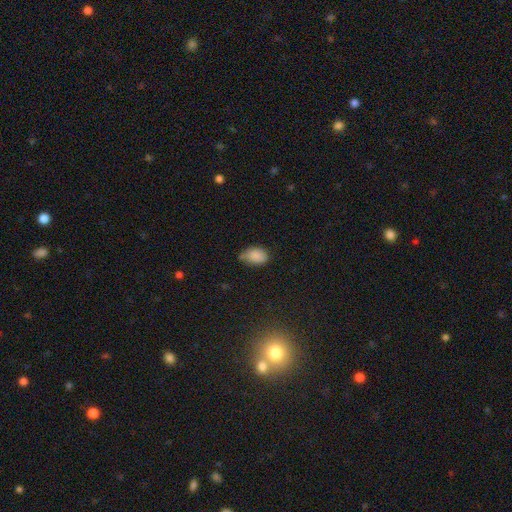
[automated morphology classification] The model was most divided on "merging": none: 56%, minor disturbance: 32%, merger: 6%, major disturbance: 6%. More confident: smooth or featured — smooth (85%); how rounded — in between (83%).